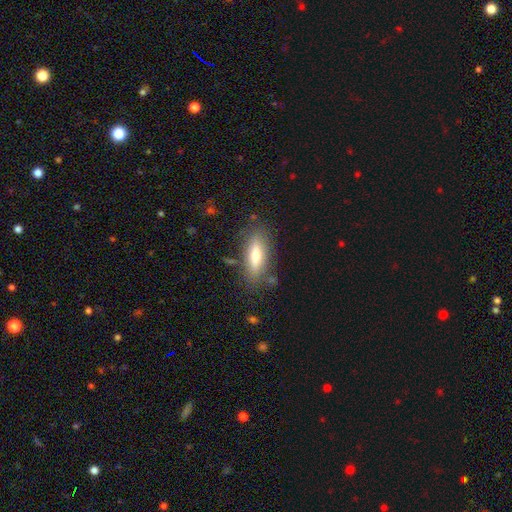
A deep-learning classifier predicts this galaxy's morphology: This is likely a smooth galaxy (61%). How rounded: possibly in between (55%). Merging: clearly none (80%).